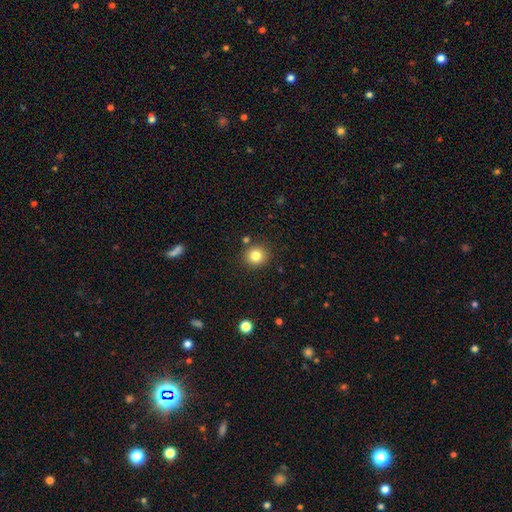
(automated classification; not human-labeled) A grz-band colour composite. It shows a smooth galaxy with no disk features (82%) that is round (90%). Merging: none (87%).